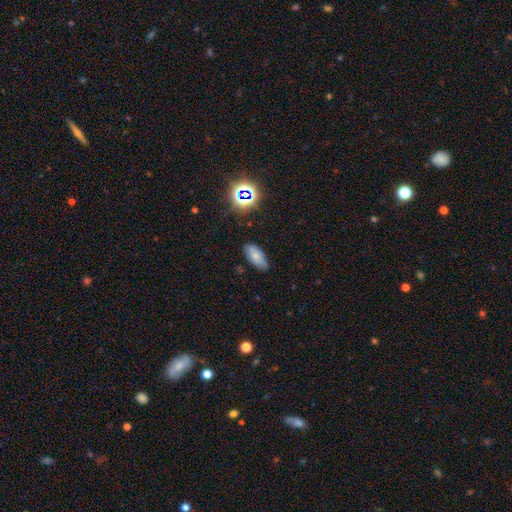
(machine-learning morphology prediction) smooth-or-featured: smooth: 69% | featured or disk: 17% | star or artifact: 14%
  how-rounded: in between: 87% | cigar-shaped: 9% | round: 4%
  merging: none: 75% | minor disturbance: 20% | major disturbance: 4% | merger: 2%